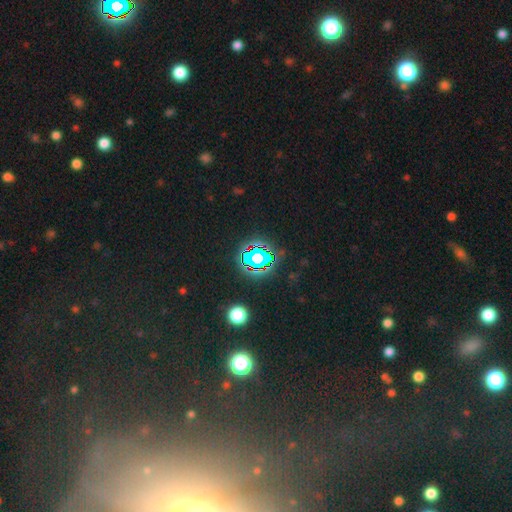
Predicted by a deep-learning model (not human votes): A star or artifact, not a galaxy (77%).

Vote fractions:
- Smooth or featured? star or artifact: 77% / smooth: 15% / featured or disk: 9%